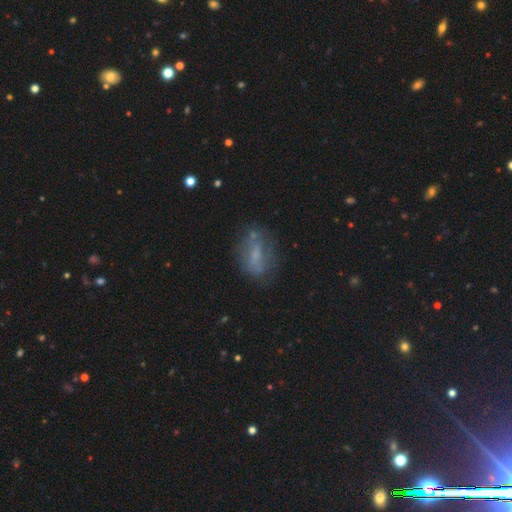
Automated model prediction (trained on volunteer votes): Smooth or featured? smooth (51%)
How rounded? in between (79%)
Merging? none (58%)